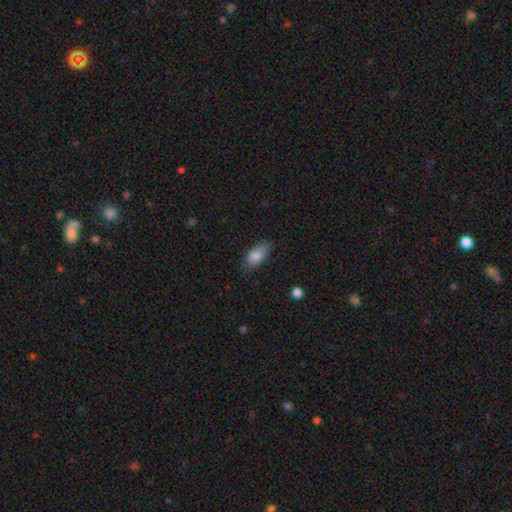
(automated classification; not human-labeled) A smooth galaxy with no disk features (83%) that is in between round and cigar-shaped (90%). Merging: none (78%).